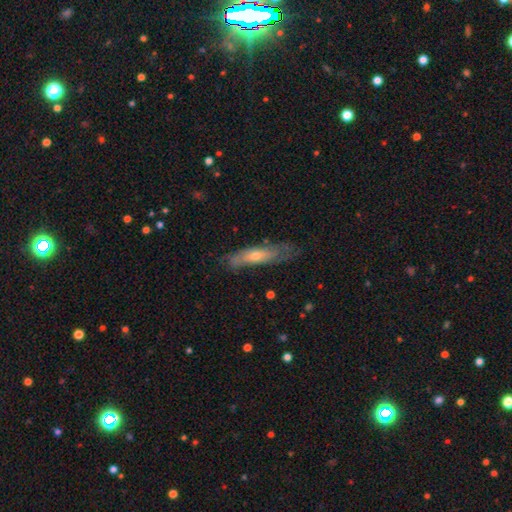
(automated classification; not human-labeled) This appears to be a featured or disk galaxy (54%). Merging: none (64%).